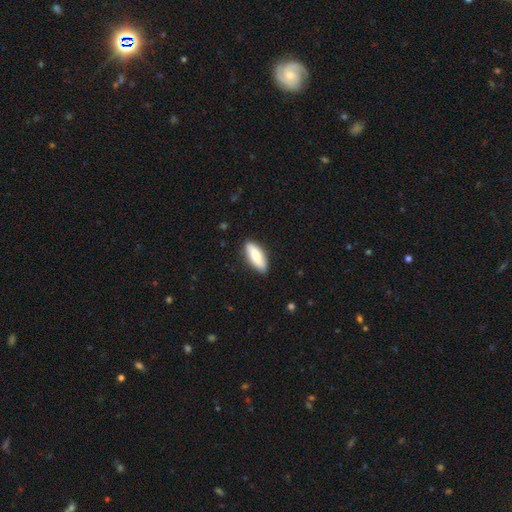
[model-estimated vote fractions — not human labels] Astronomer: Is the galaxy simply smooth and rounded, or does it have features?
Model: smooth — 79%.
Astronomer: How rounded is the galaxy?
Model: in between — 69%.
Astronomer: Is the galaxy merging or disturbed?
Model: none — 86%.